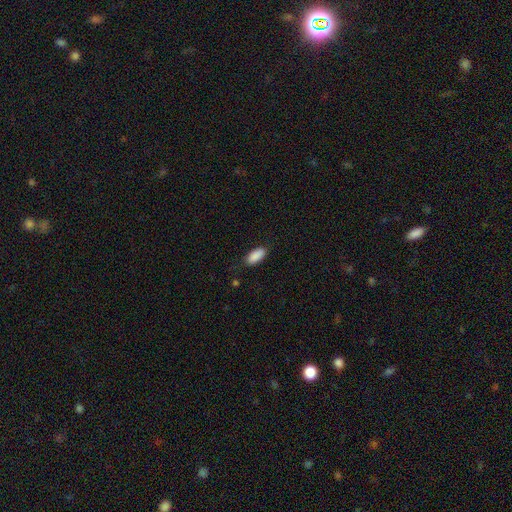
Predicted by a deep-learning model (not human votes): smooth_or_featured: smooth (p=0.90) [alt: star or artifact p=0.06]
how_rounded: in between (p=0.88) [alt: cigar-shaped p=0.10]
merging: none (p=0.82) [alt: minor disturbance p=0.13]